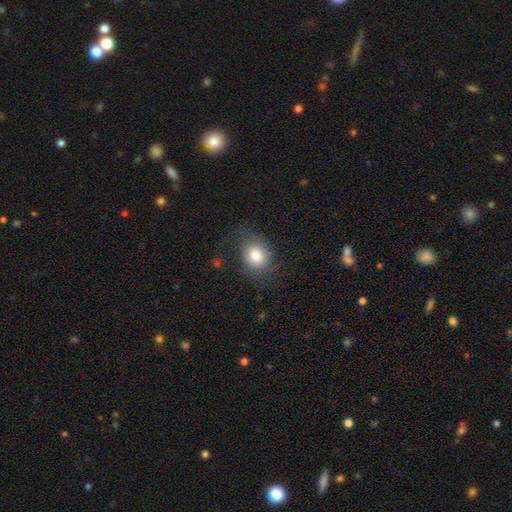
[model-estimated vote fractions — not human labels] This appears to be a smooth galaxy with no disk features (78%) that is round (62%). Merging: none (64%).